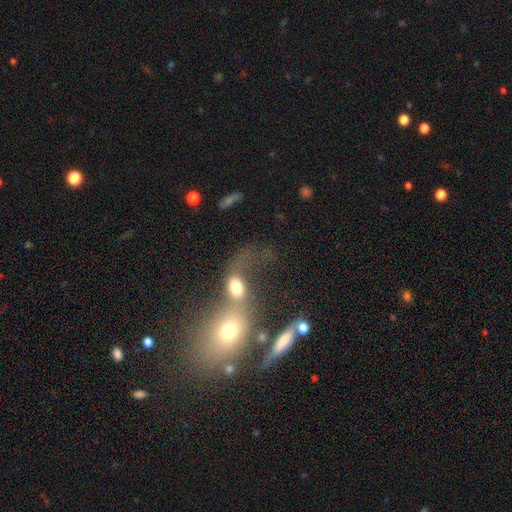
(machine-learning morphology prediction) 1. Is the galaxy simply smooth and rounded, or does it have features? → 47% smooth, 34% featured or disk, 19% star or artifact.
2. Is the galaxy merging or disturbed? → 66% merger, 15% major disturbance, 13% none, 6% minor disturbance.